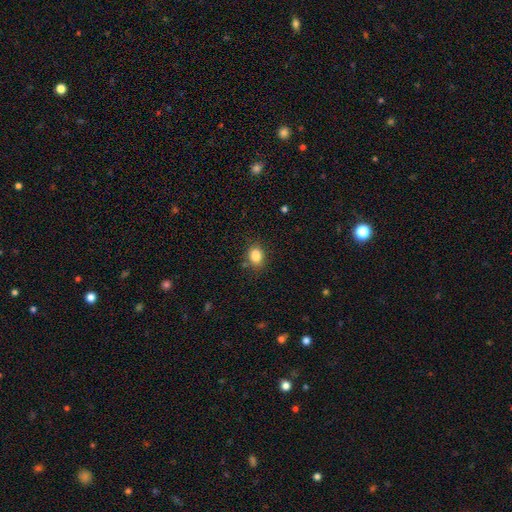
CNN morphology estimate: Smooth or featured? smooth (84%)
How rounded? in between (57%)
Merging? none (82%)